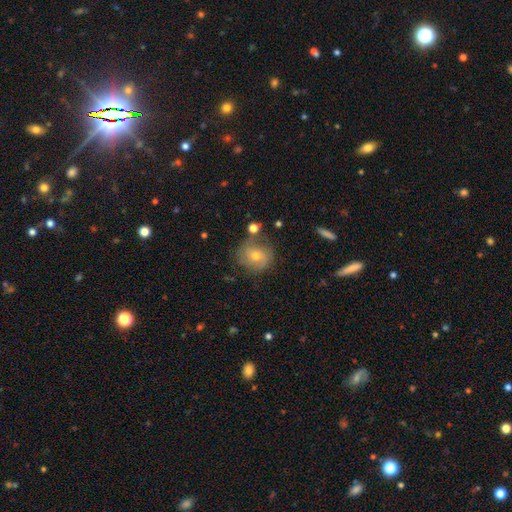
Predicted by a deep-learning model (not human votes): This is possibly a smooth galaxy (47%). Merging: likely none (65%).